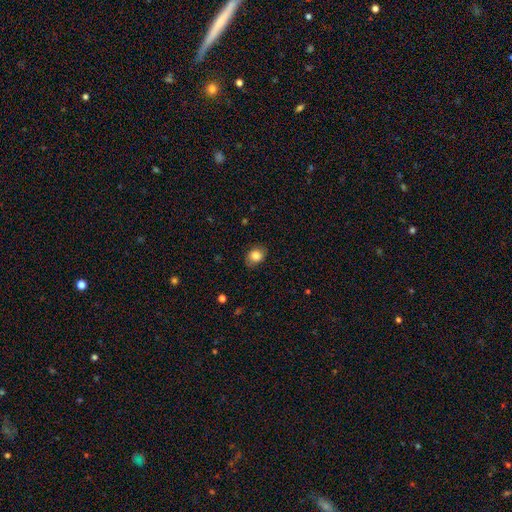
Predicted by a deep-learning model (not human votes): Smooth or featured: smooth — 84% (star or artifact — 9%)
How rounded: round — 55% (in between — 45%)
Merging: none — 81% (minor disturbance — 15%)